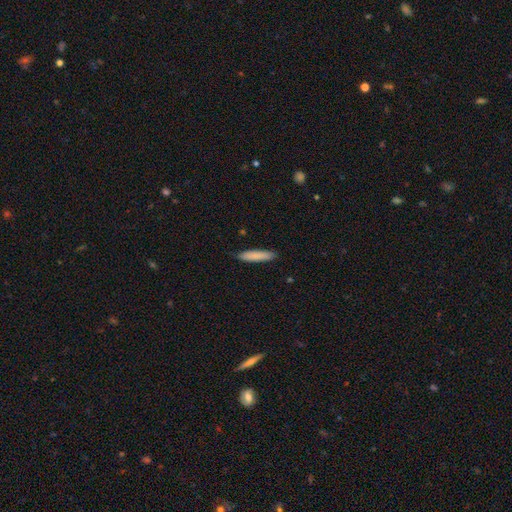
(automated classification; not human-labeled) smooth_or_featured: smooth (p=0.83) [alt: featured or disk p=0.11]
how_rounded: cigar-shaped (p=0.86) [alt: in between p=0.13]
merging: none (p=0.87) [alt: minor disturbance p=0.10]